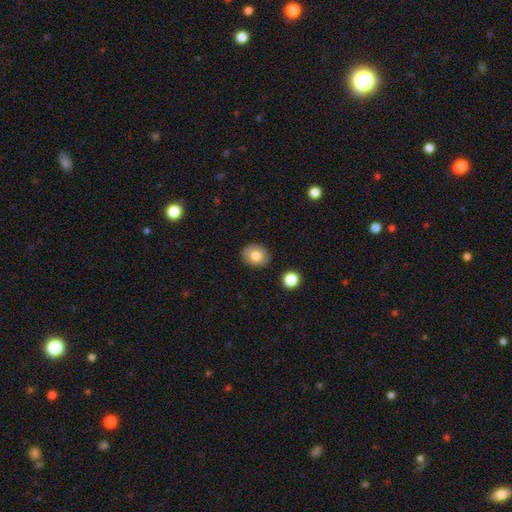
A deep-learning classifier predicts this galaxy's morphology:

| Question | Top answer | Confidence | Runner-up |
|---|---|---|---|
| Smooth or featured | smooth | 77% | featured or disk (14%) |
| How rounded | round | 63% | in between (36%) |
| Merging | none | 87% | minor disturbance (9%) |